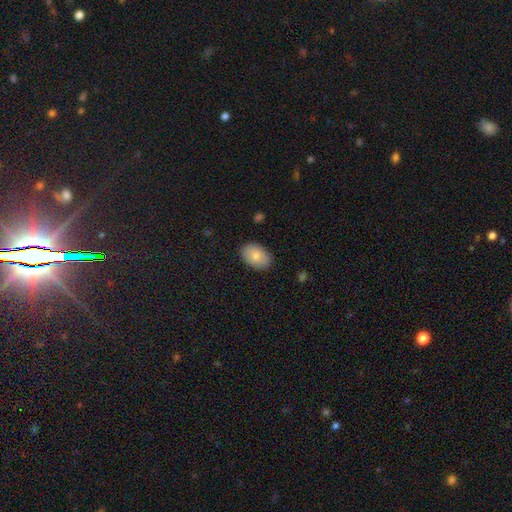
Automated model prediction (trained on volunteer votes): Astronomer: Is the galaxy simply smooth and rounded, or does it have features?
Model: smooth — 78%.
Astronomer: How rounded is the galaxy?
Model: in between — 87%.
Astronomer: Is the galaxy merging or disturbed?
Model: none — 87%.